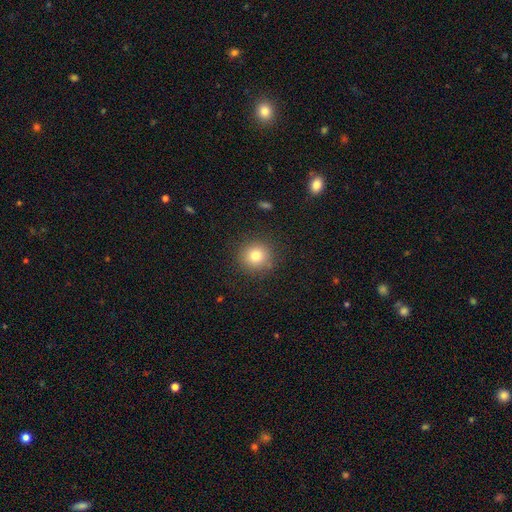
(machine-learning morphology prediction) This appears to be a smooth galaxy with no disk features (79%) that is round (92%). Merging: none (88%).